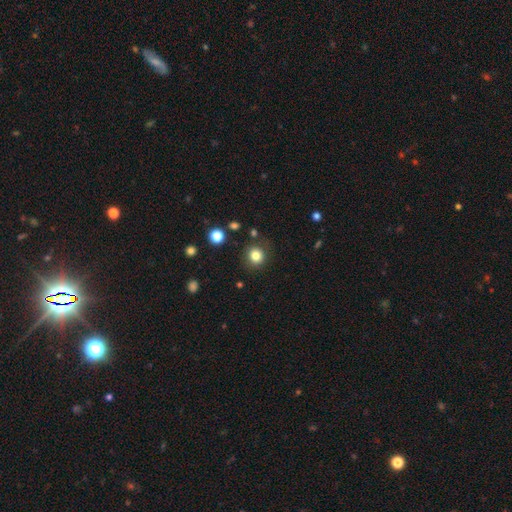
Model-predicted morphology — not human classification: The model was most divided on "smooth or featured": smooth: 82%, star or artifact: 12%, featured or disk: 6%. More confident: how rounded — round (87%); merging — none (85%).